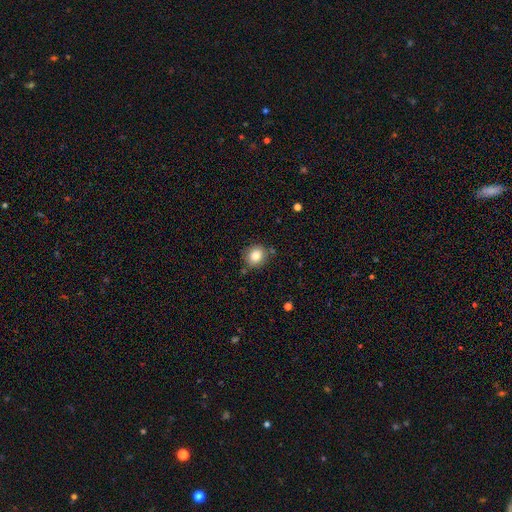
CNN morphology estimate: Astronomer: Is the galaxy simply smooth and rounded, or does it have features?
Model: smooth — 82%.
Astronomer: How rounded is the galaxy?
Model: round — 83%.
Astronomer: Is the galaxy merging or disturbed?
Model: none — 80%.